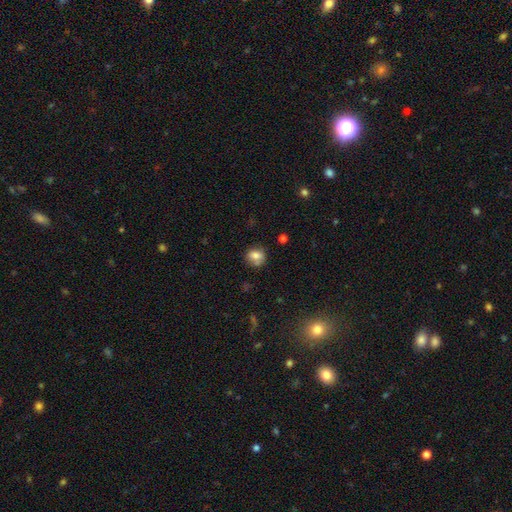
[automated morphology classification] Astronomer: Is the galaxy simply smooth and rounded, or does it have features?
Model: smooth — 77%.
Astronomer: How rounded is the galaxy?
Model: round — 74%.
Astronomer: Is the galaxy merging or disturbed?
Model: none — 67%.